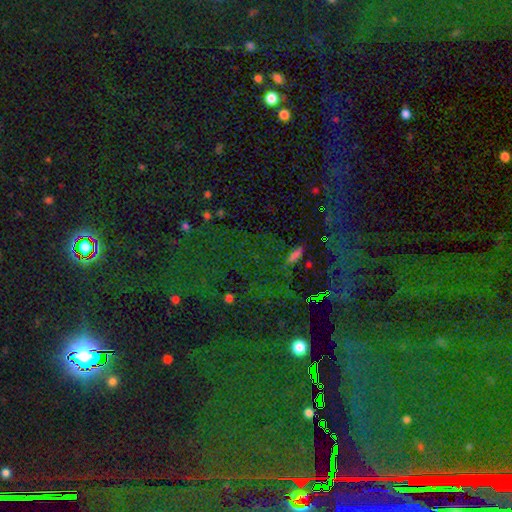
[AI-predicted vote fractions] star or artifact 80%, smooth 11%, featured or disk 9%.